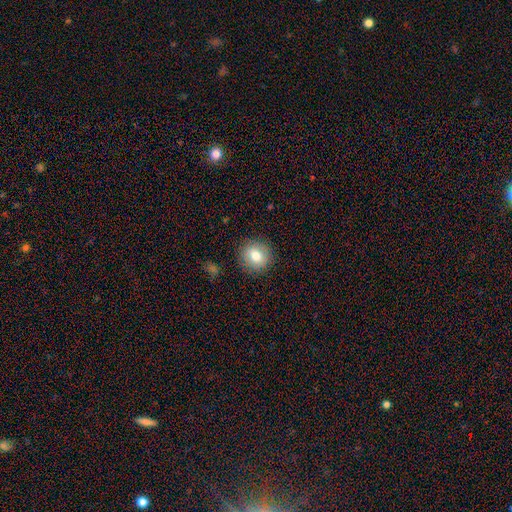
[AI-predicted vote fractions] Smooth or featured?
  - smooth: 78% *
  - featured or disk: 12%
  - star or artifact: 9%
How rounded?
  - round: 86% *
  - in between: 13%
  - cigar-shaped: 1%
Merging?
  - none: 88% *
  - minor disturbance: 8%
  - major disturbance: 3%
  - merger: 1%